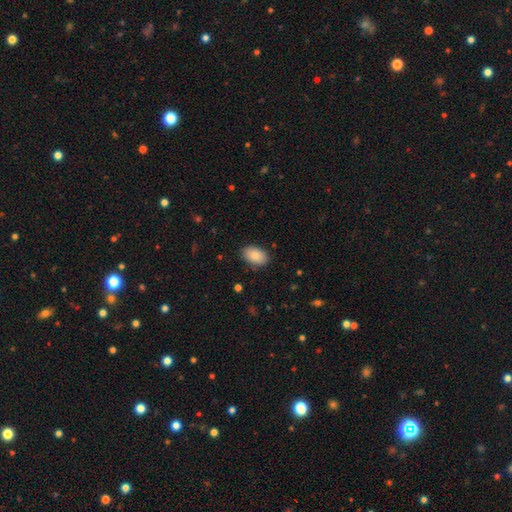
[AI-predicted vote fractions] smooth 83%, featured or disk 10%, star or artifact 7%. Down the decision tree: how rounded — in between (90%); merging — none (86%).